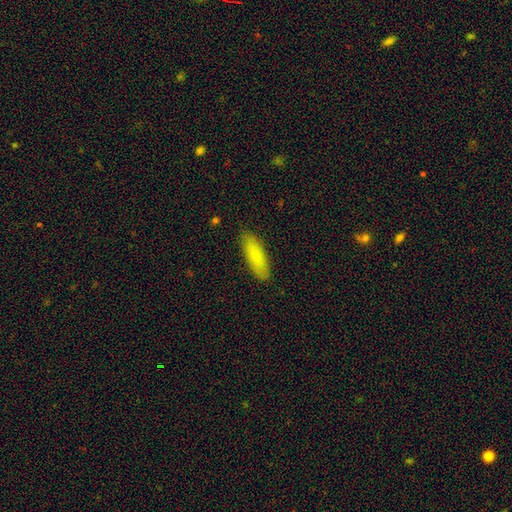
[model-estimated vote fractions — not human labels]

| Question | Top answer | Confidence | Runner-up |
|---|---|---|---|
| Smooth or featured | smooth | 81% | featured or disk (13%) |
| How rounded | in between | 52% | cigar-shaped (47%) |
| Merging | none | 87% | minor disturbance (10%) |